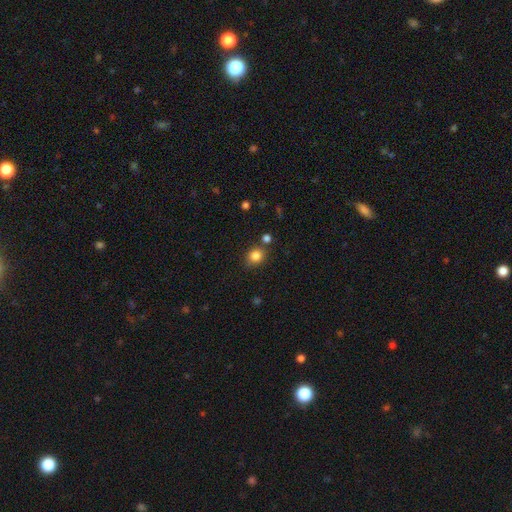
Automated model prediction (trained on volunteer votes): smooth-or-featured: smooth: 84% | star or artifact: 11% | featured or disk: 5%
  how-rounded: round: 76% | in between: 23% | cigar-shaped: 1%
  merging: none: 79% | minor disturbance: 10% | merger: 8% | major disturbance: 3%